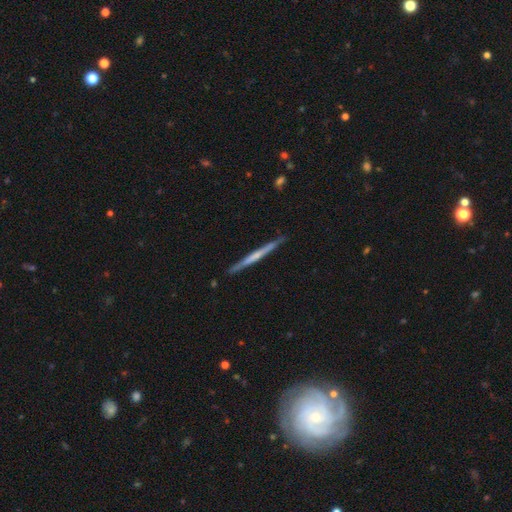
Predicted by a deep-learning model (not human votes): Q: Smooth or featured?
A: featured or disk (57%); runner-up: smooth (38%)
Q: Edge-on disk?
A: yes (98%); runner-up: no (2%)
Q: Edge-on bulge?
A: none (75%); runner-up: rounded (17%)
Q: Merging?
A: none (89%); runner-up: minor disturbance (8%)